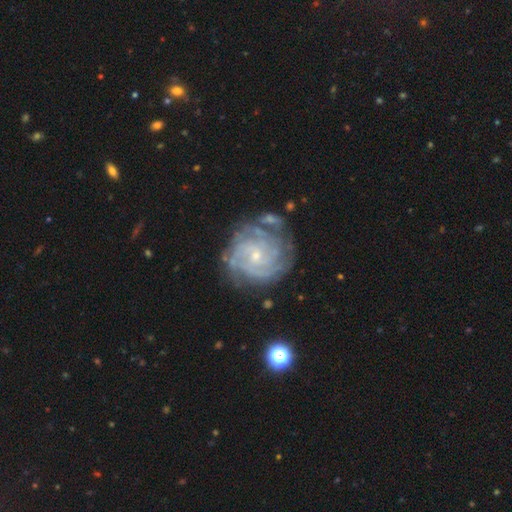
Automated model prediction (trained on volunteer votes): A featured or disk galaxy (85%) with no bar (68%), tight (74%) spiral arms (95%) and a small central bulge (78%).

Vote fractions:
- Smooth or featured? featured or disk: 85% / smooth: 9% / star or artifact: 7%
- Edge-on disk? no: 98% / yes: 2%
- Bar? no: 68% / weak: 27% / strong: 5%
- Spiral arms? yes: 95% / no: 5%
- Spiral winding? tight: 74% / medium: 22% / loose: 4%
- Spiral arm count? can't tell: 32% / 4: 25% / 3: 17% / more than 4: 11% / 2: 10% / 1: 6%
- Bulge size? small: 78% / moderate: 18% / none: 2% / large: 1% / dominant: 1%
- Merging? none: 68% / minor disturbance: 18% / major disturbance: 8% / merger: 5%